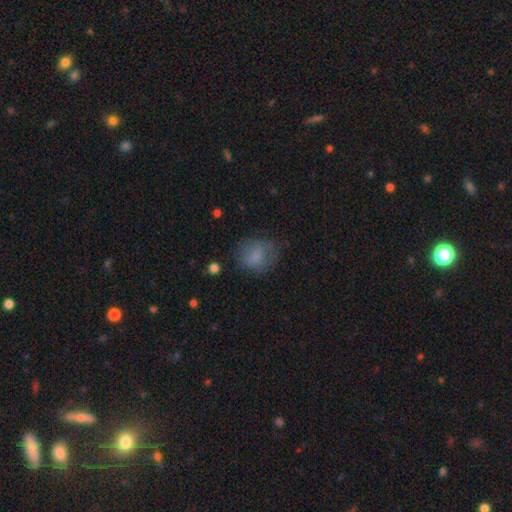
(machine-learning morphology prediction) This is likely a smooth galaxy (70%). How rounded: possibly round (58%). Merging: possibly none (56%).